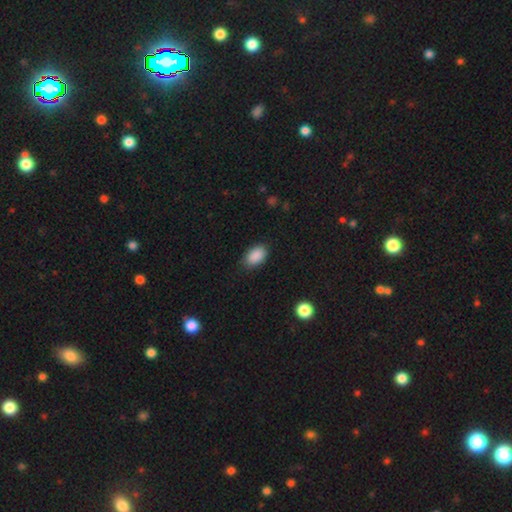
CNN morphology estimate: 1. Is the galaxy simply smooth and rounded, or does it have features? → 90% smooth, 7% star or artifact, 3% featured or disk.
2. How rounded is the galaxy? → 91% in between, 7% round, 1% cigar-shaped.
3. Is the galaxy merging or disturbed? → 84% none, 13% minor disturbance, 3% major disturbance, 1% merger.